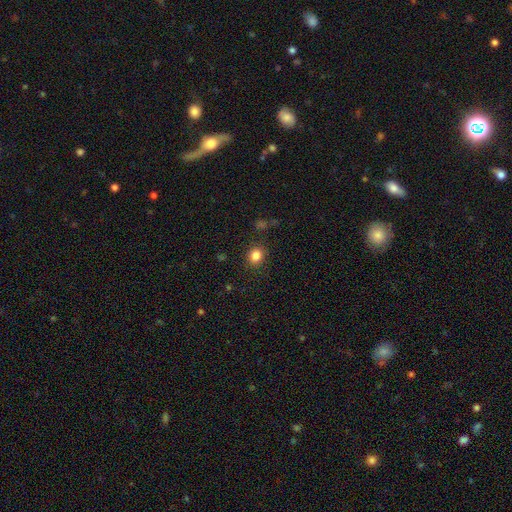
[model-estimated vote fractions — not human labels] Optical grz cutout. It shows a smooth galaxy with no disk features (84%) that is round (73%). Merging: none (87%).